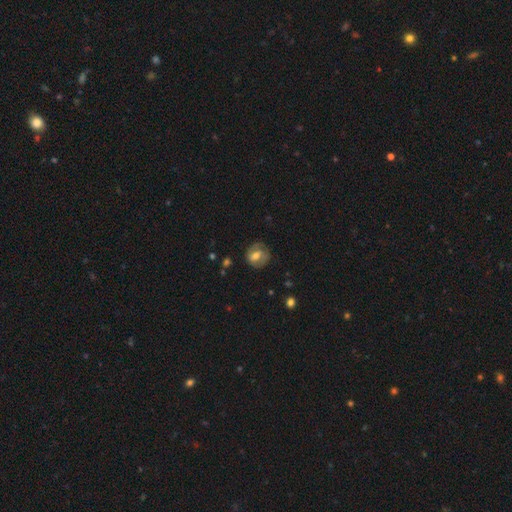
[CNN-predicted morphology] A smooth galaxy with no disk features (48%).

Vote fractions:
- Smooth or featured? smooth: 48% / featured or disk: 44% / star or artifact: 8%
- Merging? none: 69% / minor disturbance: 21% / major disturbance: 9% / merger: 2%